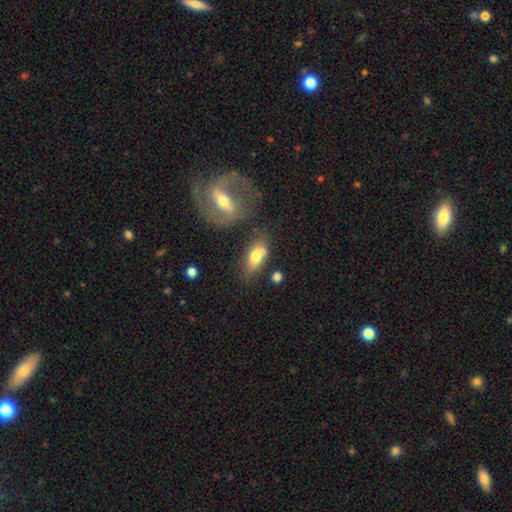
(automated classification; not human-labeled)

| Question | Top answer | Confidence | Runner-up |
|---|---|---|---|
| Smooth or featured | smooth | 68% | featured or disk (24%) |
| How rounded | in between | 83% | cigar-shaped (9%) |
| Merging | none | 49% | merger (25%) |